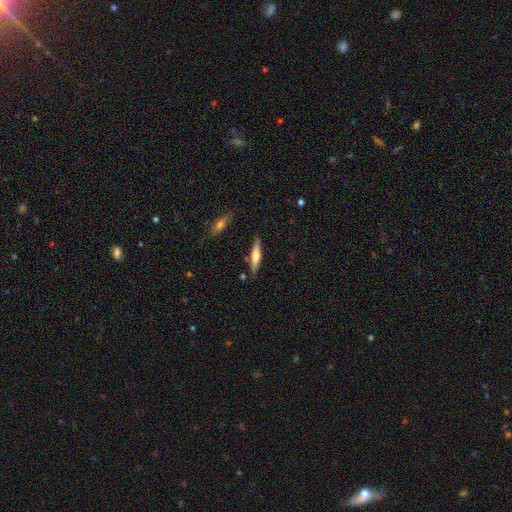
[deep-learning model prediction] Overall: smooth (50%; featured or disk 44%). How rounded: cigar-shaped (80%). Merging: none (84%).